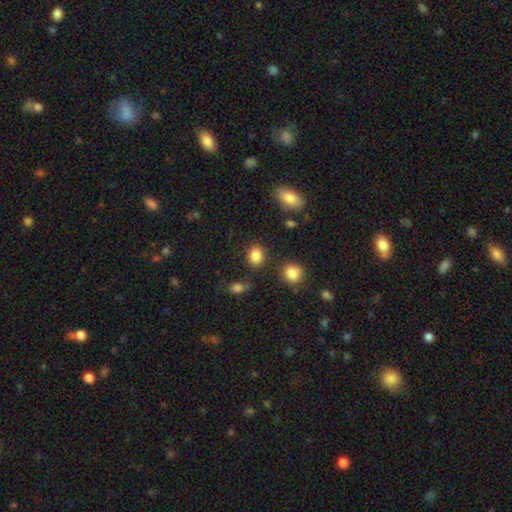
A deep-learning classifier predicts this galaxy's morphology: A smooth galaxy with no disk features (85%) that is in between round and cigar-shaped (52%). Merging: none (81%).